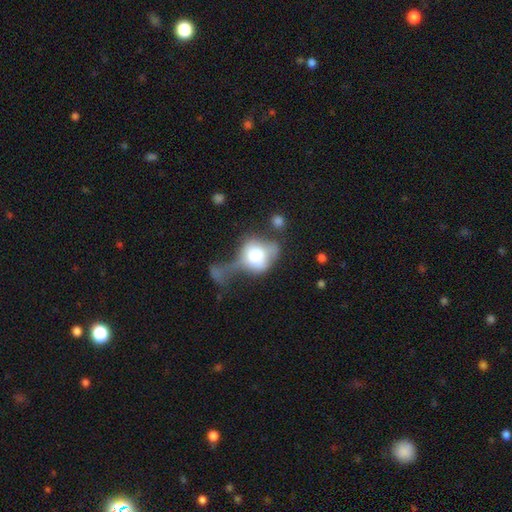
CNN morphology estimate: Overall: smooth (59%; featured or disk 32%). How rounded: round (58%; in between 40%). Merging: major disturbance (43%; none 20%).